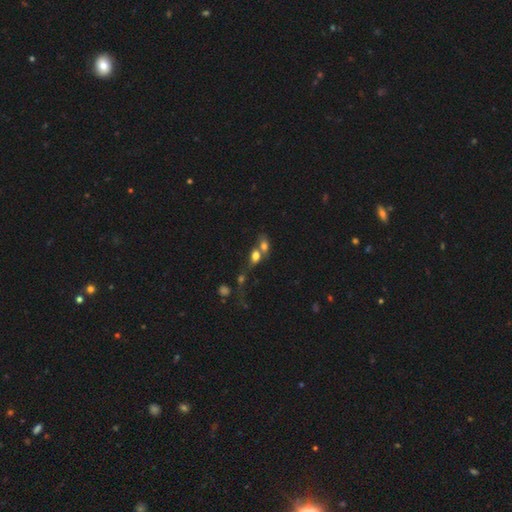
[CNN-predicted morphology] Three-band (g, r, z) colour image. It shows a smooth galaxy with no disk features (70%) that is in between round and cigar-shaped (69%). Merging: merger (68%).